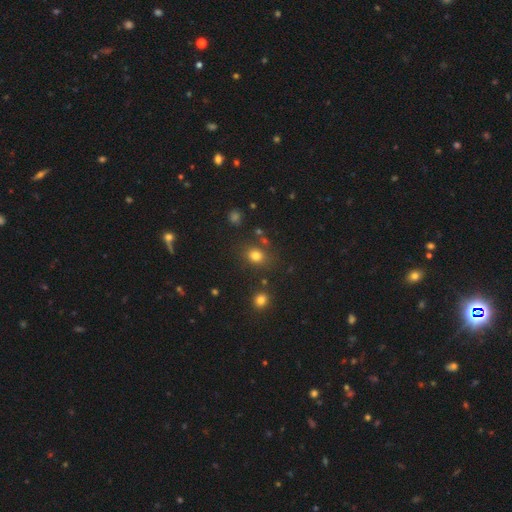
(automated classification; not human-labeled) Morphology: type=smooth (78%); roundness=round (56%); merging=none (77%).